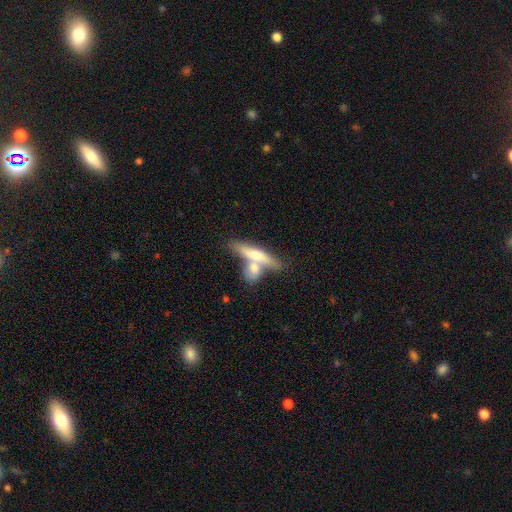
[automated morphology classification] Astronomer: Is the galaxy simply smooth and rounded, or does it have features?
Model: smooth — 53% (runner-up: featured or disk, 41%).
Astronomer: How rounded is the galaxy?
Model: cigar-shaped — 72%.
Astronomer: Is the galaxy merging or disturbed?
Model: merger — 48% (runner-up: none, 39%).